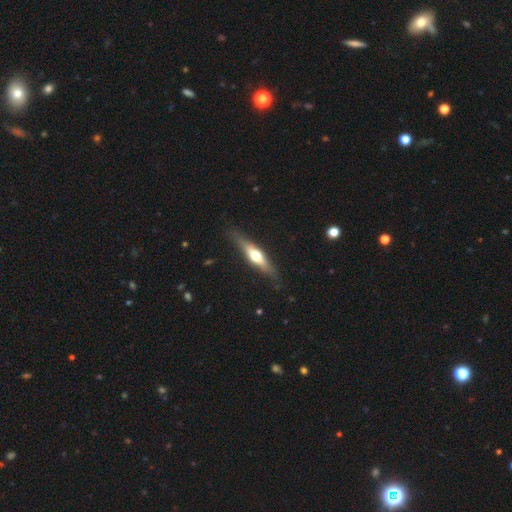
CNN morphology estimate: smooth-or-featured: featured or disk: 56% | smooth: 38% | star or artifact: 5%
  disk-edge-on: yes: 91% | no: 9%
    edge-on-bulge: rounded: 92% | boxy: 5% | none: 4%
  merging: none: 84% | minor disturbance: 12% | major disturbance: 3% | merger: 1%